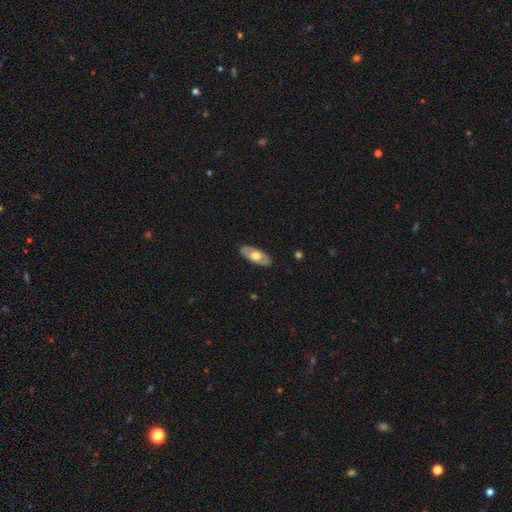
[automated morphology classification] Smooth or featured? Predicted: smooth (p=0.53). How rounded? Predicted: in between (p=0.88). Merging? Predicted: none (p=0.87).